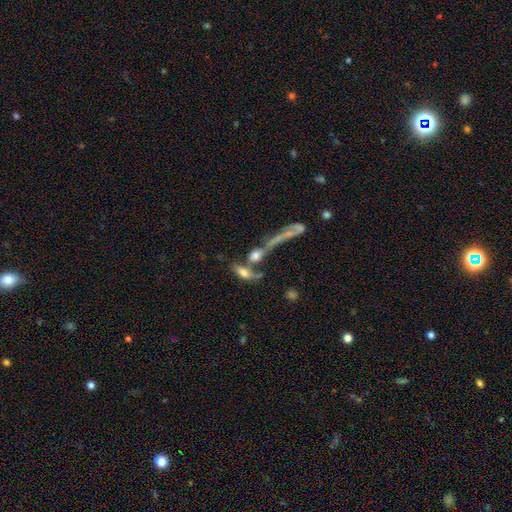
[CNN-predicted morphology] Smooth or featured? Predicted: smooth (p=0.57). How rounded? Predicted: in between (p=0.42). Merging? Predicted: merger (p=0.52).